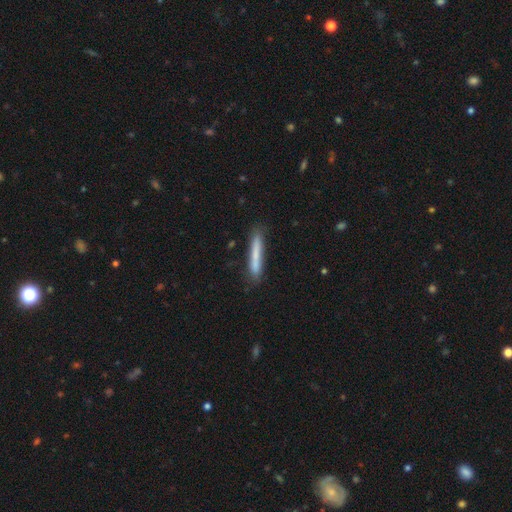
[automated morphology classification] Smooth or featured? smooth (71%)
How rounded? cigar-shaped (95%)
Merging? none (81%)